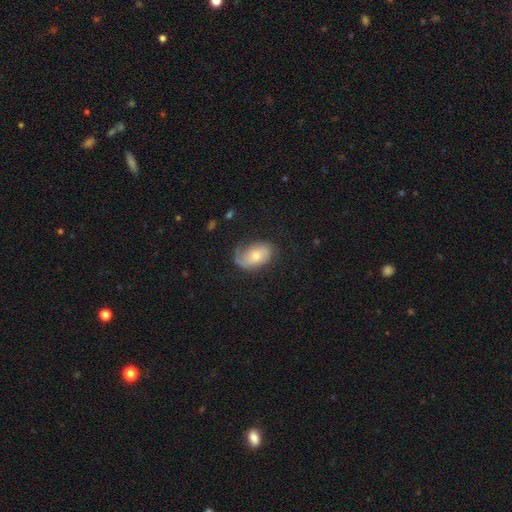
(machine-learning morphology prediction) Smooth or featured? Predicted: featured or disk (p=0.53). Edge-on disk? Predicted: no (p=0.95). Merging? Predicted: none (p=0.53).